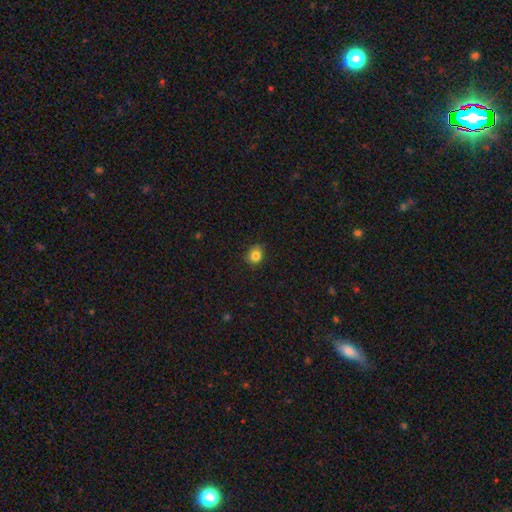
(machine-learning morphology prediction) smooth-or-featured: smooth: 83% | star or artifact: 12% | featured or disk: 6%
  how-rounded: round: 73% | in between: 26% | cigar-shaped: 1%
  merging: none: 81% | minor disturbance: 15% | major disturbance: 3% | merger: 1%